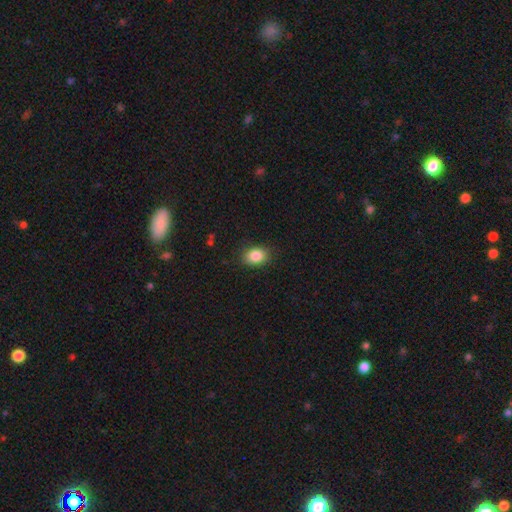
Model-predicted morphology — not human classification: type=smooth (86%); roundness=in between (68%); merging=none (86%).